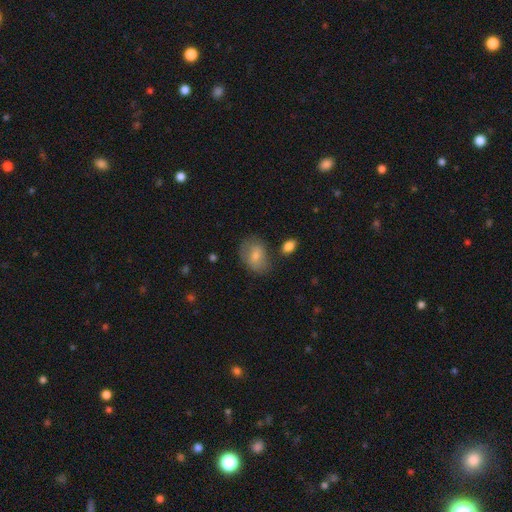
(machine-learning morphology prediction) smooth 70%, featured or disk 22%, star or artifact 8%. Down the decision tree: how rounded — in between (77%); merging — none (62%).